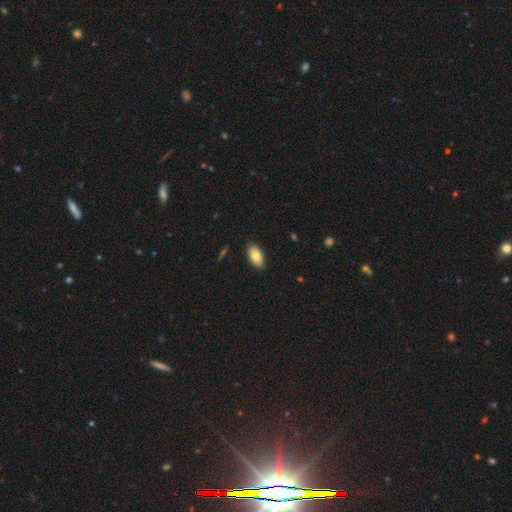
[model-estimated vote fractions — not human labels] This is likely a smooth galaxy (80%). How rounded: clearly in between (93%). Merging: clearly none (89%).